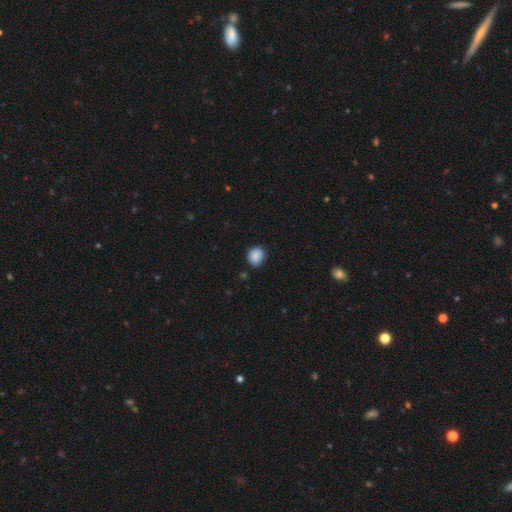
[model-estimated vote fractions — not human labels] Morphology: type=smooth (87%); roundness=round (73%); merging=none (80%).